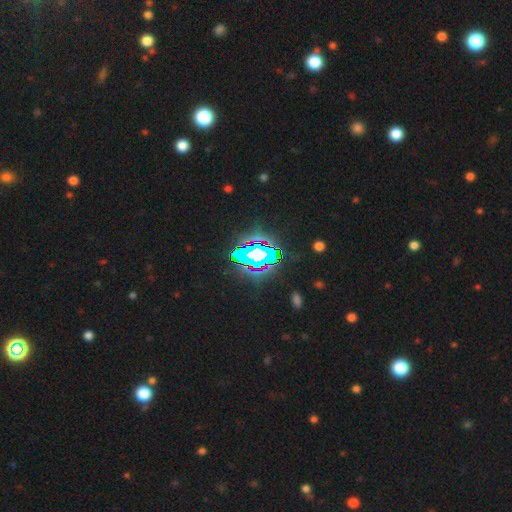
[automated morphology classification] type=star or artifact (73%).